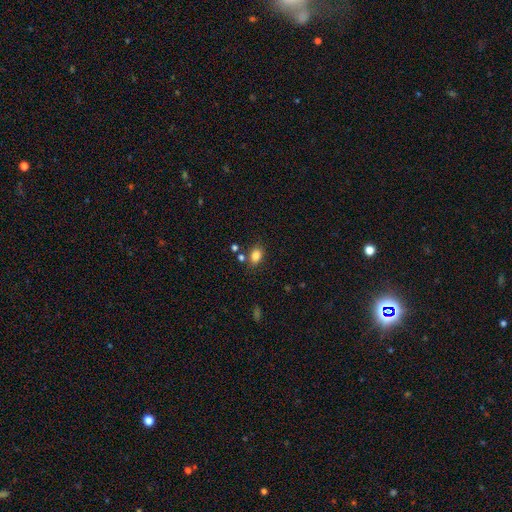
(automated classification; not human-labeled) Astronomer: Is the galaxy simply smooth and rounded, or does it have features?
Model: smooth — 82%.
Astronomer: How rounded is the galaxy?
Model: in between — 75%.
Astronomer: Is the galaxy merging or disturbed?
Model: none — 74%.